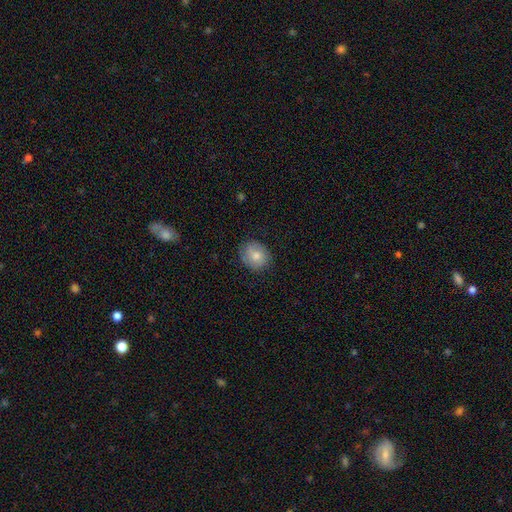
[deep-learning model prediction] This appears to be a smooth galaxy with no disk features (75%) that is round (64%). Merging: none (80%).